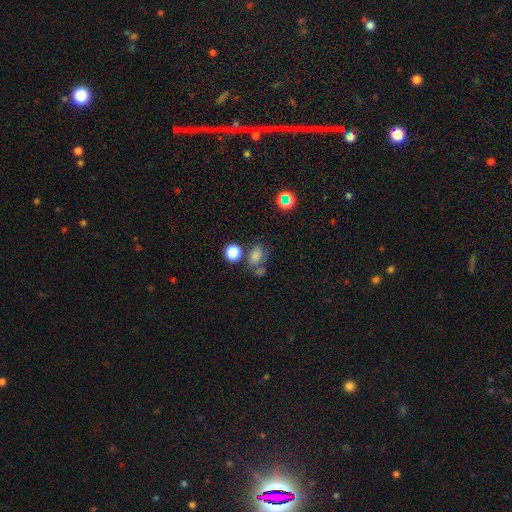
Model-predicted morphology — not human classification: type=smooth (72%); roundness=in between (69%); merging=none (49%).